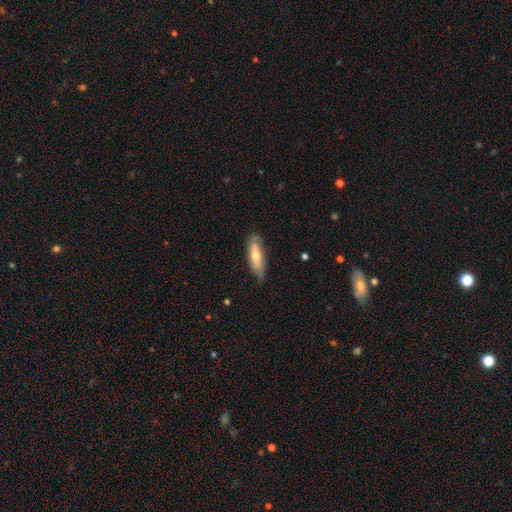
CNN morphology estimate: Smooth or featured: smooth — 57% (featured or disk — 38%)
How rounded: cigar-shaped — 51% (in between — 46%)
Merging: none — 74% (minor disturbance — 21%)